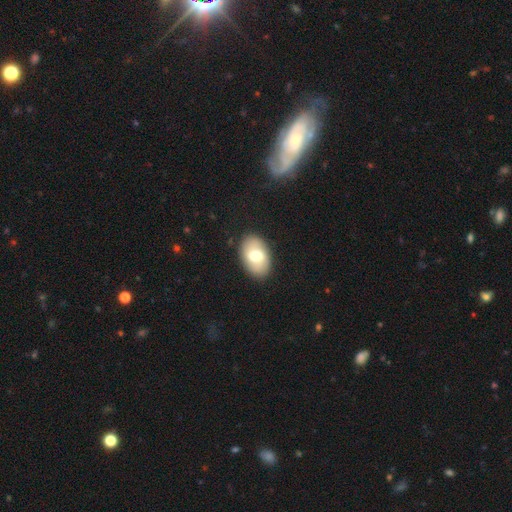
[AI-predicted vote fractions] This is likely a smooth galaxy (66%). How rounded: clearly in between (88%). Merging: clearly none (87%).